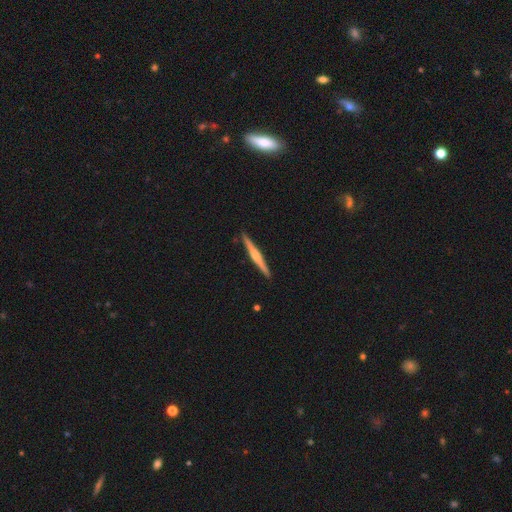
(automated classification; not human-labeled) Smooth or featured: featured or disk — 65% (smooth — 30%)
Edge-on disk: yes — 98% (no — 2%)
Edge-on bulge: rounded — 68% (none — 19%)
Merging: none — 92% (minor disturbance — 6%)